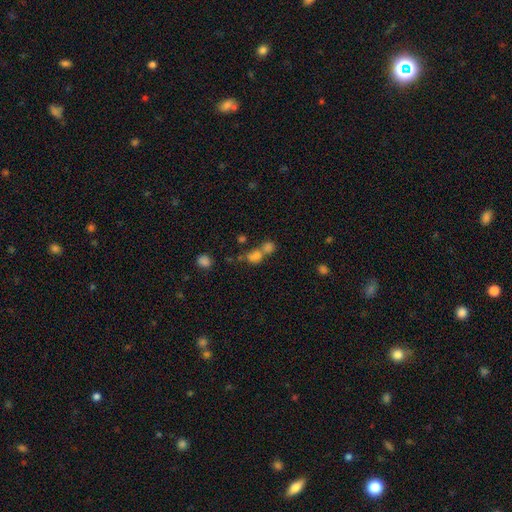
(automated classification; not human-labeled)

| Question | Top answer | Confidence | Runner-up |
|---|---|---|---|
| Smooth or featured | smooth | 72% | star or artifact (16%) |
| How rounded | round | 60% | in between (37%) |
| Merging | merger | 60% | none (28%) |